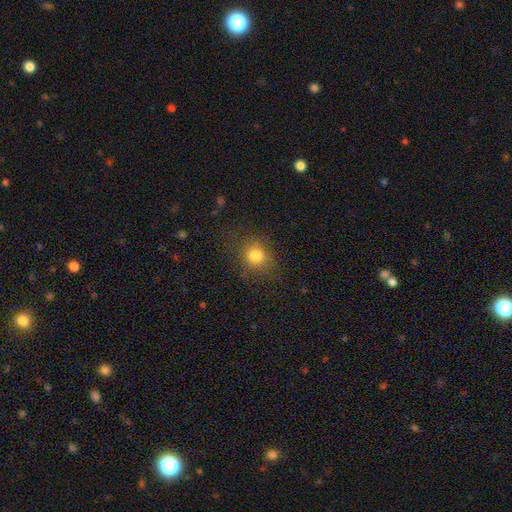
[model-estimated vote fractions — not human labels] Smooth or featured? smooth (79%)
How rounded? round (64%)
Merging? none (74%)